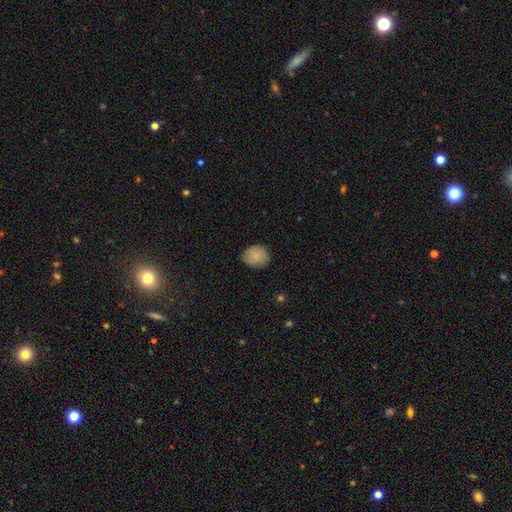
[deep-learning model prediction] Smooth or featured: smooth — 82% (featured or disk — 11%)
How rounded: round — 61% (in between — 38%)
Merging: none — 81% (minor disturbance — 15%)